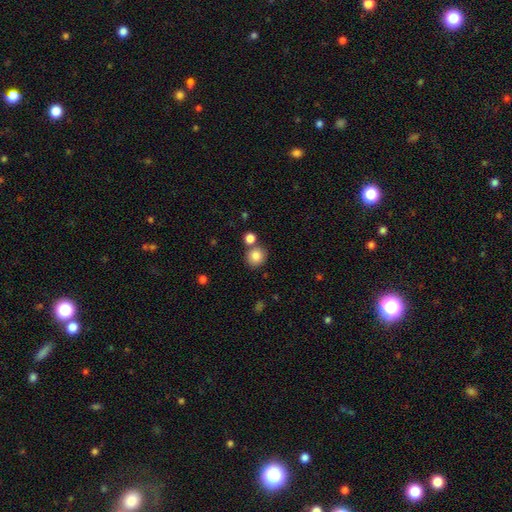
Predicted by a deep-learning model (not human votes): Morphology: type=smooth (84%); roundness=round (88%); merging=none (71%).